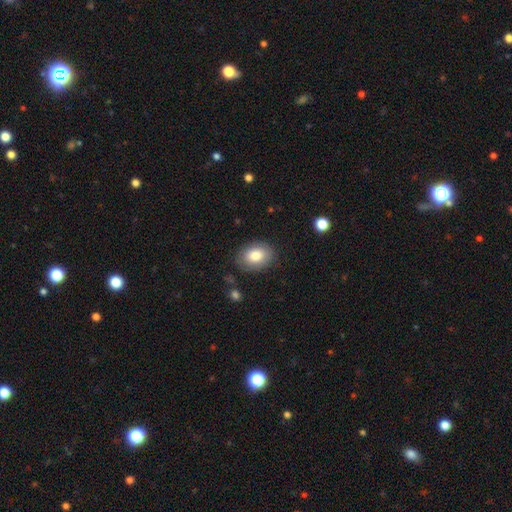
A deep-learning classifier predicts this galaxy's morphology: A smooth galaxy with no disk features (81%) that is in between round and cigar-shaped (72%).

Vote fractions:
- Smooth or featured? smooth: 81% / featured or disk: 11% / star or artifact: 8%
- How rounded? in between: 72% / round: 27% / cigar-shaped: 1%
- Merging? none: 84% / minor disturbance: 11% / major disturbance: 3% / merger: 1%